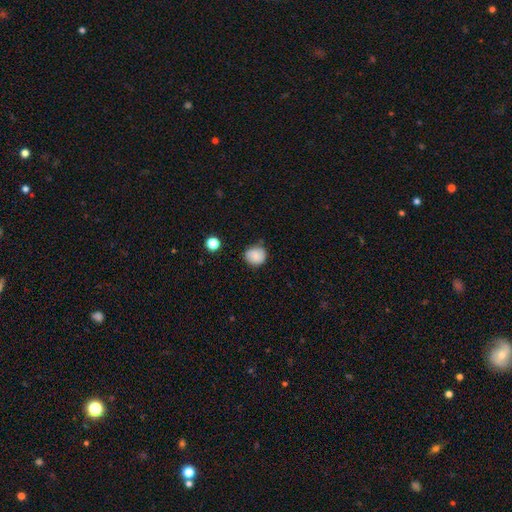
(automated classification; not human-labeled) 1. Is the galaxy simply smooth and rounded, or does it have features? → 79% smooth, 12% featured or disk, 9% star or artifact.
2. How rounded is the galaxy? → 83% round, 16% in between, 1% cigar-shaped.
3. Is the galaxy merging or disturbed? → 73% none, 20% minor disturbance, 4% major disturbance, 2% merger.